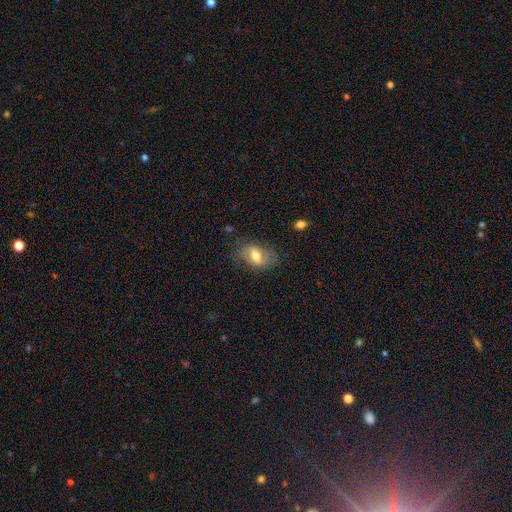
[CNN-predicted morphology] A smooth galaxy with no disk features (47%). Merging: none (67%).